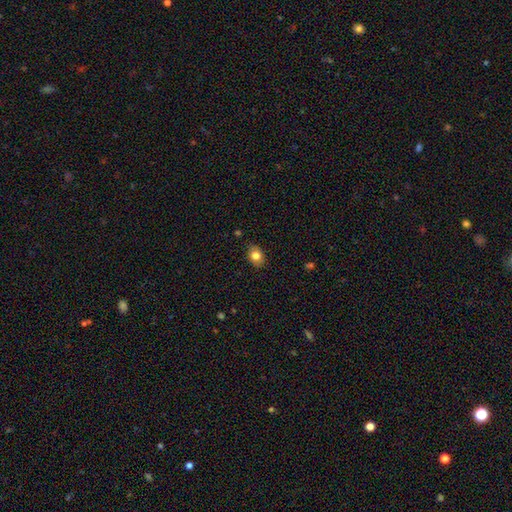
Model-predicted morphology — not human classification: Q: Smooth or featured?
A: smooth (82%); runner-up: featured or disk (9%)
Q: How rounded?
A: in between (66%); runner-up: round (33%)
Q: Merging?
A: none (86%); runner-up: minor disturbance (11%)